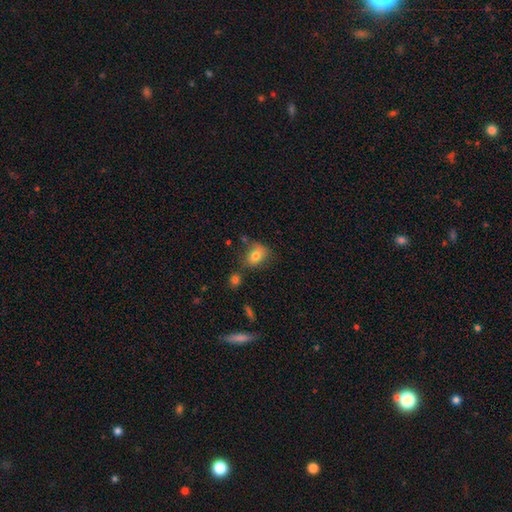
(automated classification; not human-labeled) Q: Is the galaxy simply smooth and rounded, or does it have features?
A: smooth — 78%.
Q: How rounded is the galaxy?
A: in between — 62%.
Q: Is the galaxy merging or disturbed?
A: none — 61%.